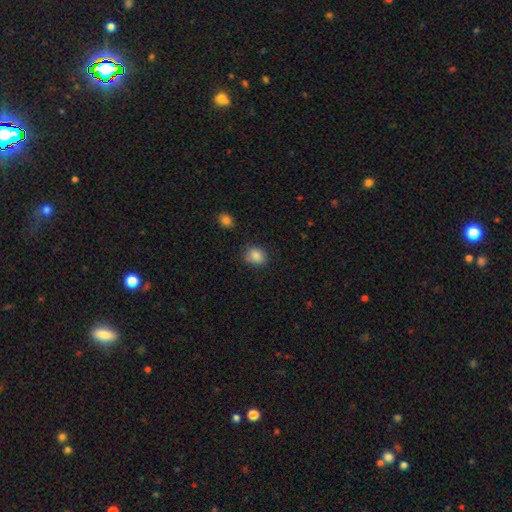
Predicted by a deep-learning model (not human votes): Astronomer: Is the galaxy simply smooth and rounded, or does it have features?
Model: smooth — 86%.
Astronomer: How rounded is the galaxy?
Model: round — 60% (runner-up: in between, 39%).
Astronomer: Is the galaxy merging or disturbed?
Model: none — 73%.